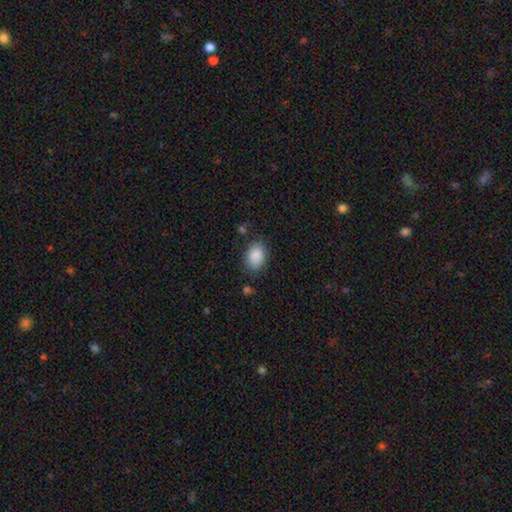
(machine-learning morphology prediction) A smooth galaxy with no disk features (89%) that is in between round and cigar-shaped (82%).

Vote fractions:
- Smooth or featured? smooth: 89% / star or artifact: 7% / featured or disk: 4%
- How rounded? in between: 82% / round: 17% / cigar-shaped: 1%
- Merging? none: 78% / minor disturbance: 15% / major disturbance: 4% / merger: 3%